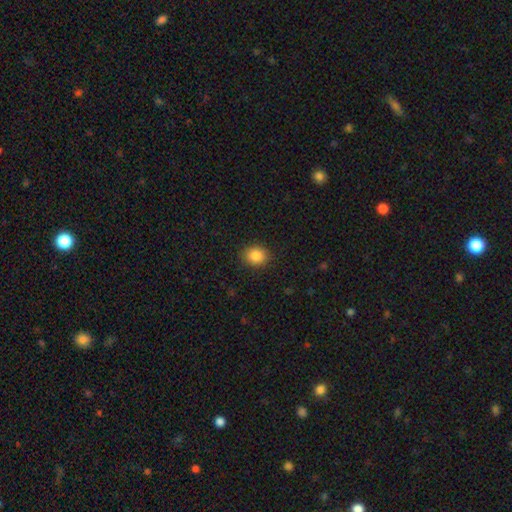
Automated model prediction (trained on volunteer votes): Q: Smooth or featured?
A: smooth (86%); runner-up: star or artifact (10%)
Q: How rounded?
A: round (65%); runner-up: in between (34%)
Q: Merging?
A: none (89%); runner-up: minor disturbance (8%)